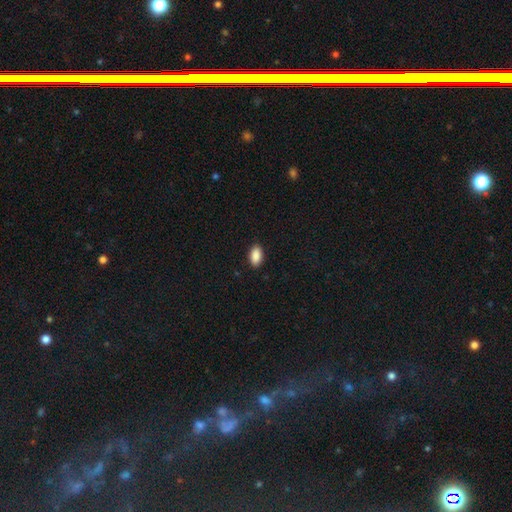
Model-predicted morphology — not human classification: A smooth galaxy with no disk features (90%) that is in between round and cigar-shaped (94%). Merging: none (90%).